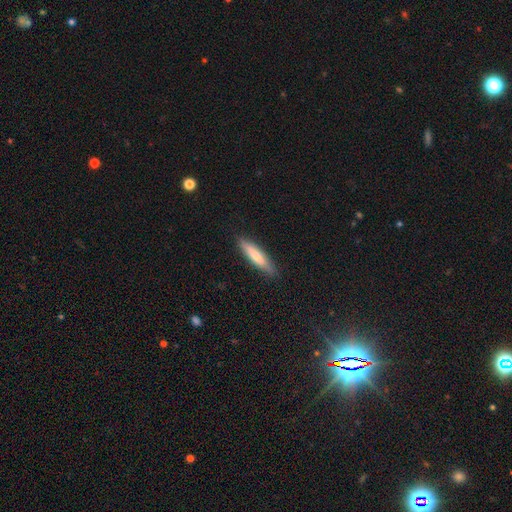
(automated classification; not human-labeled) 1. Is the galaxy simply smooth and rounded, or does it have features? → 70% smooth, 25% featured or disk, 6% star or artifact.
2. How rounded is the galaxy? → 80% cigar-shaped, 19% in between, 1% round.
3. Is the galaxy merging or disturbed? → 88% none, 10% minor disturbance, 2% major disturbance, 1% merger.